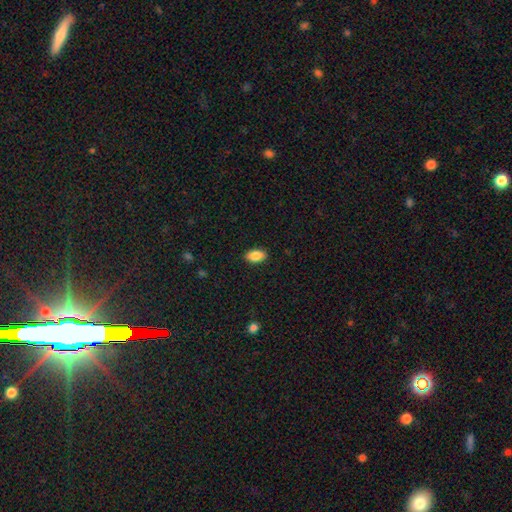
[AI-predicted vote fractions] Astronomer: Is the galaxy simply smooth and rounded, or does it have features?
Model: smooth — 87%.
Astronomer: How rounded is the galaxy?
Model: in between — 92%.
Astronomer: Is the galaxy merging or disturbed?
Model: none — 89%.